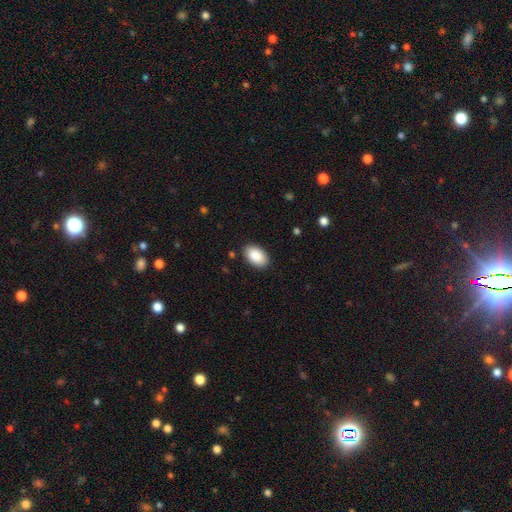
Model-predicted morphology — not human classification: This is clearly a smooth galaxy (90%). How rounded: clearly in between (93%). Merging: clearly none (88%).